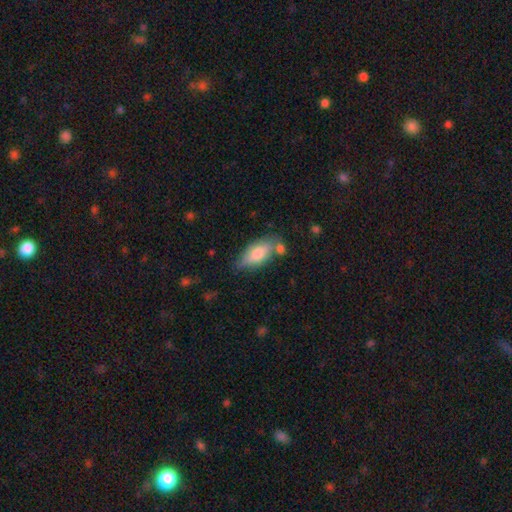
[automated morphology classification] Smooth or featured?
  - smooth: 72% *
  - featured or disk: 22%
  - star or artifact: 7%
How rounded?
  - in between: 79% *
  - cigar-shaped: 18%
  - round: 3%
Merging?
  - none: 63% *
  - minor disturbance: 21%
  - merger: 11%
  - major disturbance: 5%